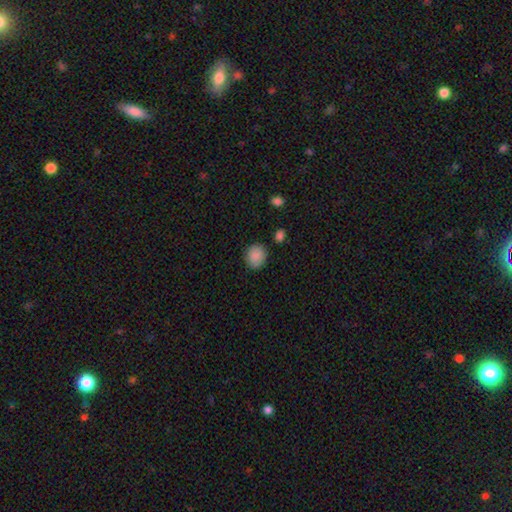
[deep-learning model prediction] Smooth or featured: smooth — 88% (star or artifact — 8%)
How rounded: round — 70% (in between — 29%)
Merging: none — 83% (minor disturbance — 11%)